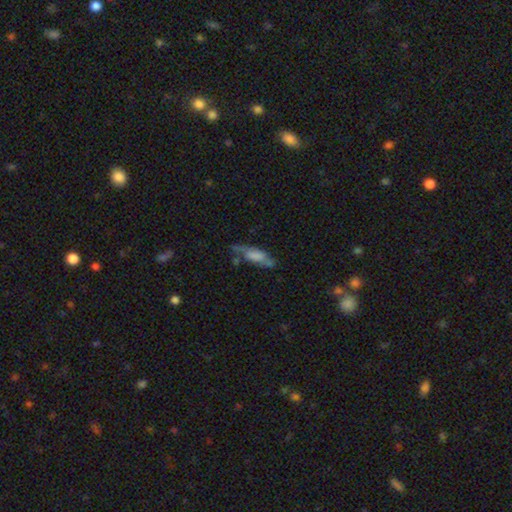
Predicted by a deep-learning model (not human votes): Q: Smooth or featured?
A: smooth (50%); runner-up: featured or disk (42%)
Q: How rounded?
A: in between (63%); runner-up: cigar-shaped (35%)
Q: Merging?
A: none (39%); runner-up: minor disturbance (29%)